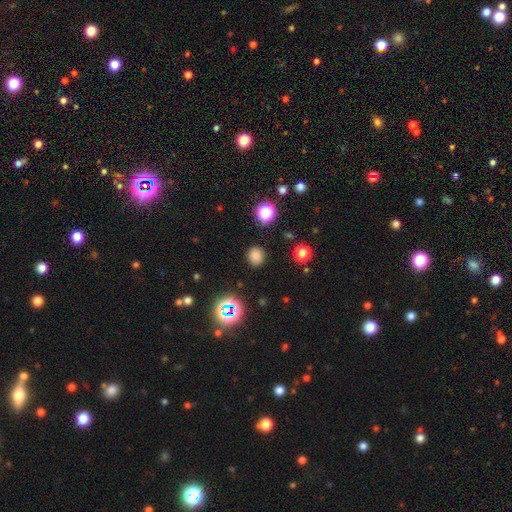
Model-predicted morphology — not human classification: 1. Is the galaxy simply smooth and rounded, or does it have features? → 78% smooth, 18% star or artifact, 5% featured or disk.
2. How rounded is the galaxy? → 74% round, 25% in between, 1% cigar-shaped.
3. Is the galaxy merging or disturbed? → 87% none, 8% minor disturbance, 3% major disturbance, 2% merger.